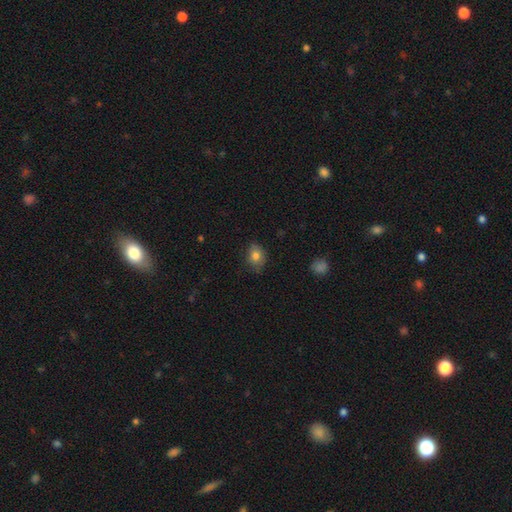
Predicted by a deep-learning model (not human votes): Smooth or featured? smooth (80%)
How rounded? round (50%)
Merging? none (73%)